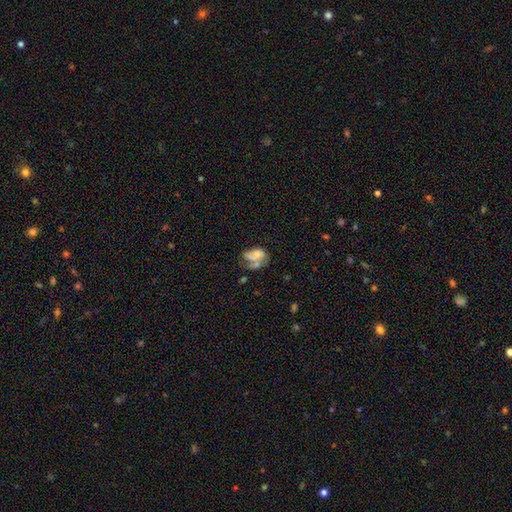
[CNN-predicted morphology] smooth 48%, featured or disk 41%, star or artifact 11%. Down the decision tree: merging — merger (45%).